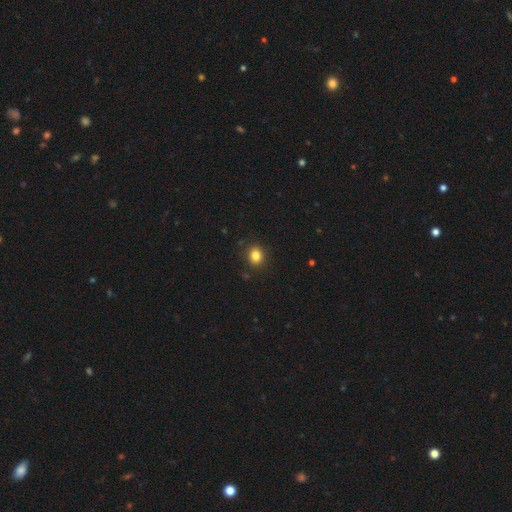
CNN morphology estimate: This is clearly a smooth galaxy (83%). How rounded: possibly round (60%). Merging: clearly none (88%).